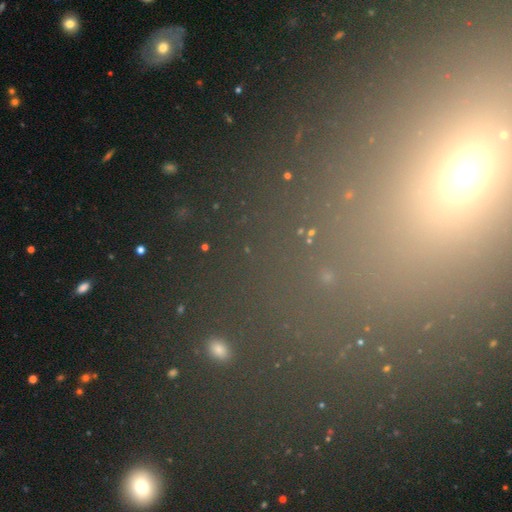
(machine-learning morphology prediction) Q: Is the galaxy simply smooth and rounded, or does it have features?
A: star or artifact — 59%.